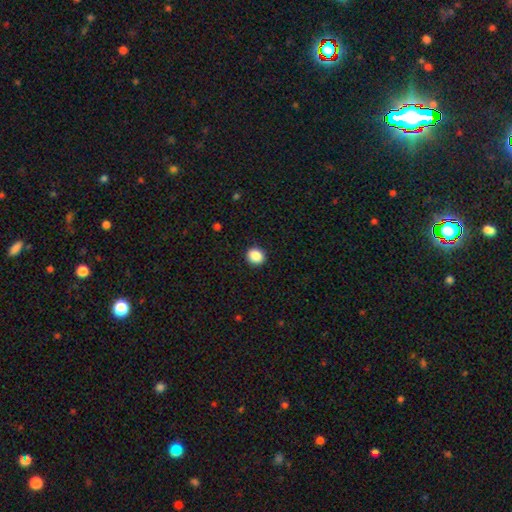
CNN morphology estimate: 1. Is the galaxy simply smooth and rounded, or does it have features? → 88% smooth, 9% star or artifact, 3% featured or disk.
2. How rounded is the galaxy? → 79% round, 20% in between, 1% cigar-shaped.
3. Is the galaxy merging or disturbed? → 91% none, 6% minor disturbance, 2% major disturbance, 1% merger.